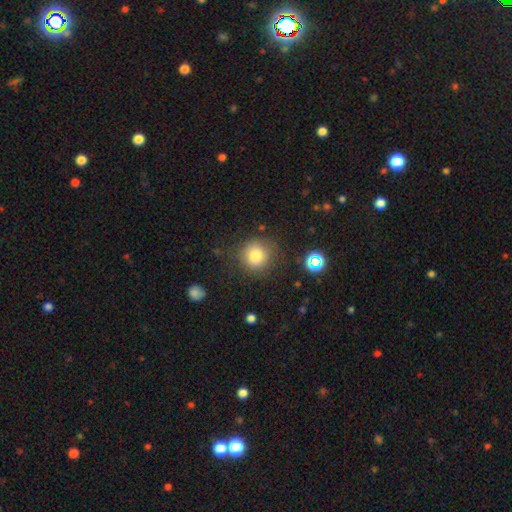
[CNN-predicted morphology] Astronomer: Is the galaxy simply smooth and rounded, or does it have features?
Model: smooth — 80%.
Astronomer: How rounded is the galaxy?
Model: round — 91%.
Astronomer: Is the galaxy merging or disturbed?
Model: none — 81%.